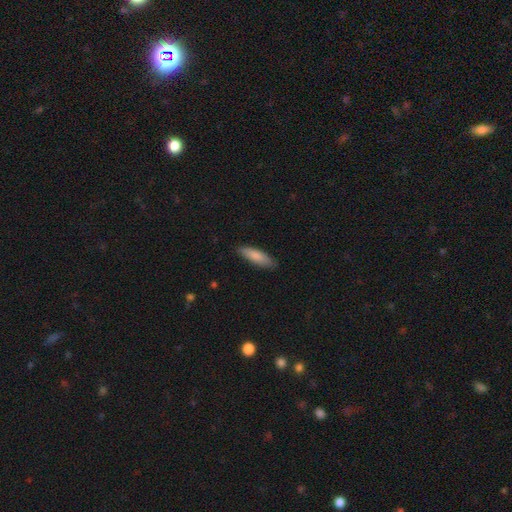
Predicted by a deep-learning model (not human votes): smooth-or-featured: smooth: 85% | featured or disk: 10% | star or artifact: 5%
  how-rounded: cigar-shaped: 53% | in between: 45% | round: 1%
  merging: none: 84% | minor disturbance: 13% | major disturbance: 2% | merger: 1%